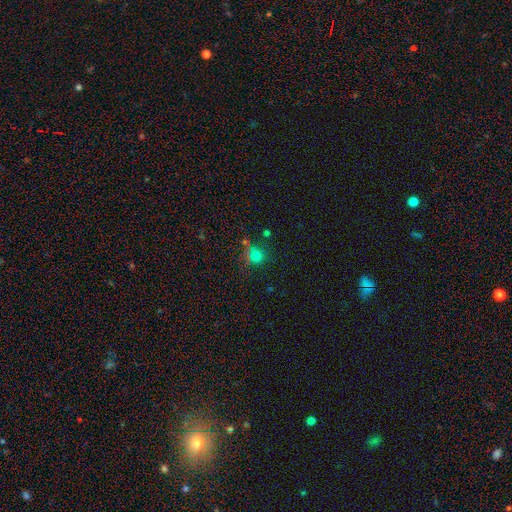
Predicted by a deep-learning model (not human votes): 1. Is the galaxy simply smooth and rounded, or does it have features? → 72% smooth, 19% star or artifact, 8% featured or disk.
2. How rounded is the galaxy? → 86% round, 13% in between, 1% cigar-shaped.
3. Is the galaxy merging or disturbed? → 63% none, 17% minor disturbance, 12% merger, 8% major disturbance.